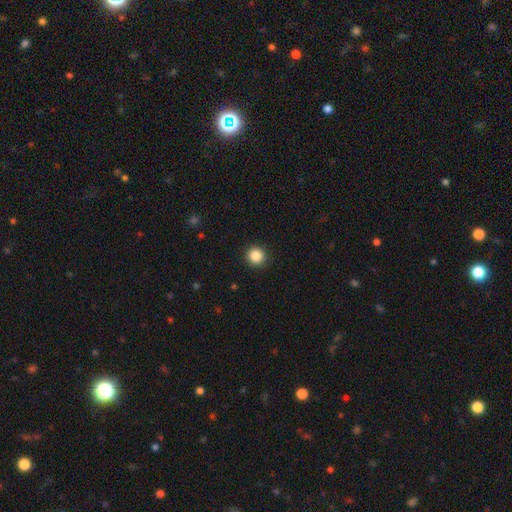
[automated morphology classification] Q: Smooth or featured?
A: smooth (87%); runner-up: star or artifact (10%)
Q: How rounded?
A: round (94%); runner-up: in between (5%)
Q: Merging?
A: none (92%); runner-up: minor disturbance (5%)